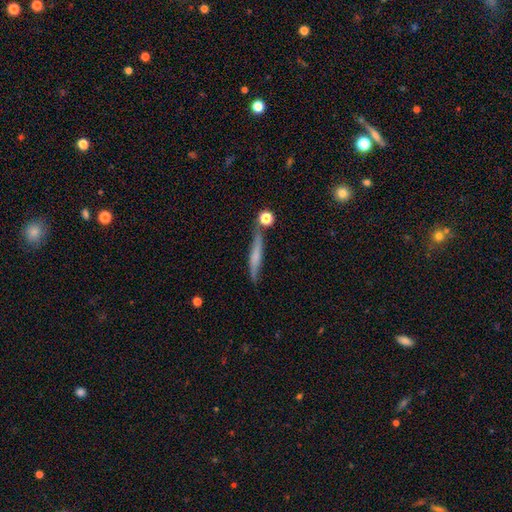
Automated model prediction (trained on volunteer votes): smooth_or_featured: smooth (p=0.48) [alt: featured or disk p=0.44]
merging: none (p=0.72) [alt: minor disturbance p=0.16]